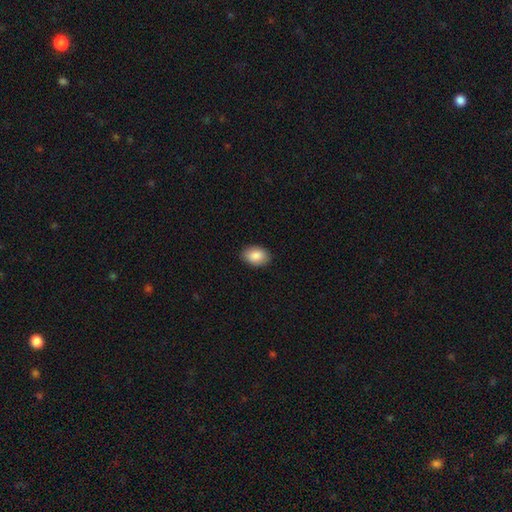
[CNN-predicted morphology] Smooth or featured? Predicted: smooth (p=0.88). How rounded? Predicted: in between (p=0.85). Merging? Predicted: none (p=0.88).